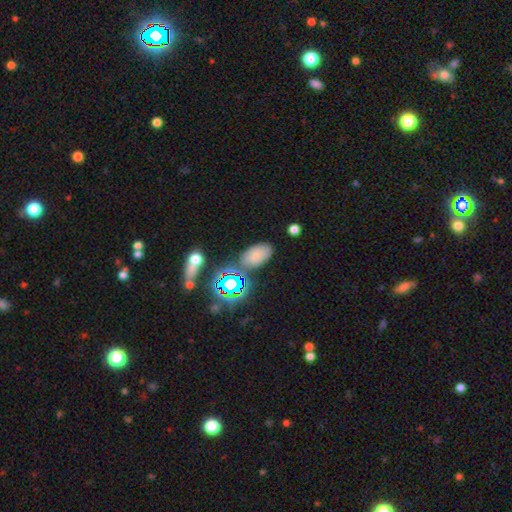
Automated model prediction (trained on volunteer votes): Overall: smooth (67%). How rounded: in between (92%). Merging: none (71%).